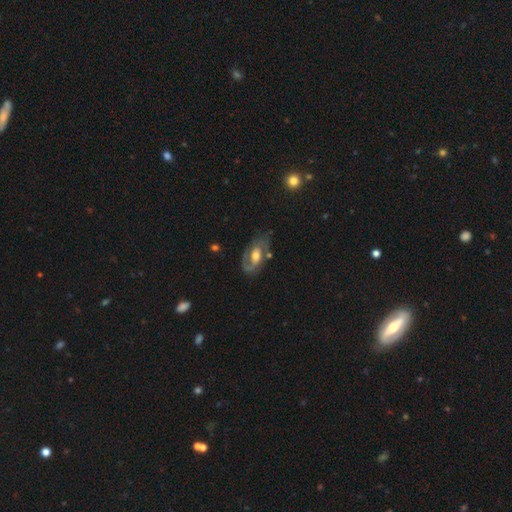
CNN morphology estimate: smooth-or-featured: featured or disk: 76% | smooth: 18% | star or artifact: 6%
  disk-edge-on: no: 94% | yes: 6%
    bar: no: 51% | weak: 37% | strong: 11%
    has-spiral-arms: yes: 87% | no: 13%
      spiral-winding: medium: 44% | tight: 36% | loose: 20%
      spiral-arm-count: 2: 55% | 1: 29% | can't tell: 12% | 3: 2% | 4: 1% | more than 4: 1%
    bulge-size: moderate: 67% | small: 15% | large: 15% | none: 2% | dominant: 1%
  merging: none: 56% | minor disturbance: 24% | major disturbance: 16% | merger: 4%